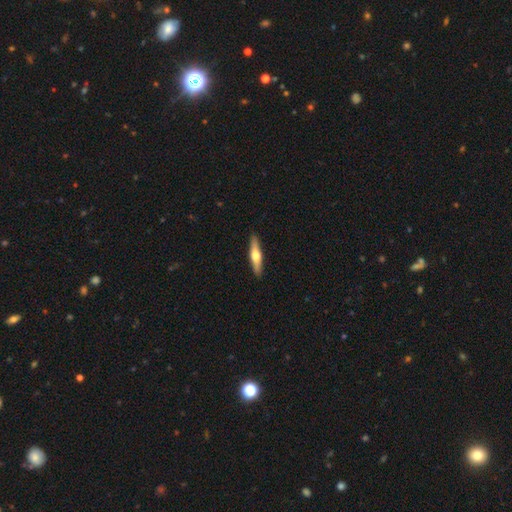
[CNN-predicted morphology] Q: Smooth or featured?
A: featured or disk (55%); runner-up: smooth (40%)
Q: Edge-on disk?
A: yes (95%); runner-up: no (5%)
Q: Edge-on bulge?
A: rounded (93%); runner-up: none (3%)
Q: Merging?
A: none (91%); runner-up: minor disturbance (6%)